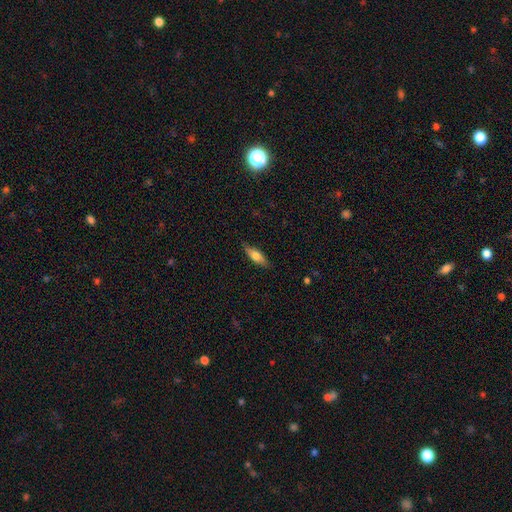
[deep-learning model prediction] A smooth galaxy with no disk features (63%) that is in between round and cigar-shaped (52%). Merging: none (84%).